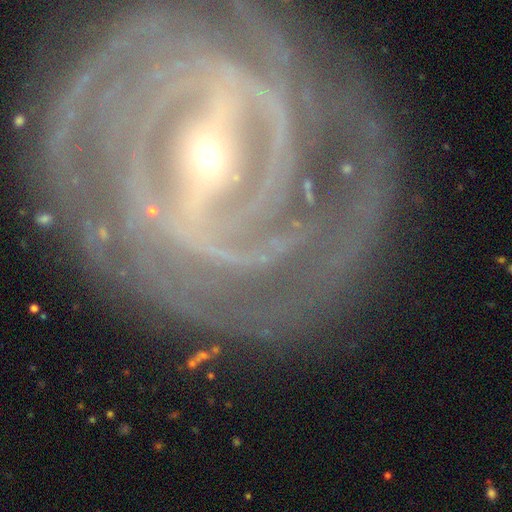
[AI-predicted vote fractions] A featured or disk galaxy (90%) with a strong bar (65%), 2 (23%) tight (70%) spiral arms (97%) and a small central bulge (79%). Merging: none (71%).